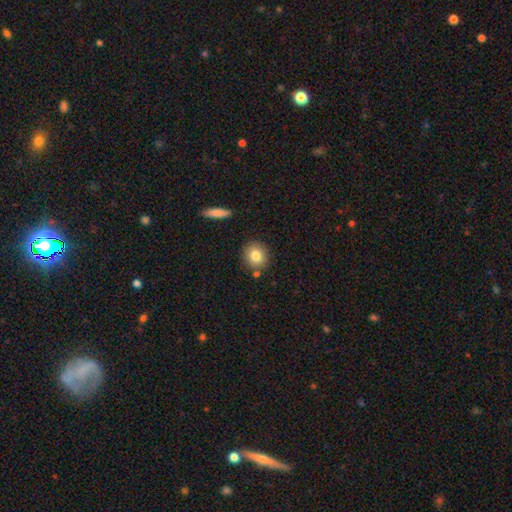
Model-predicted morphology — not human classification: Smooth or featured? smooth (81%)
How rounded? round (81%)
Merging? none (81%)